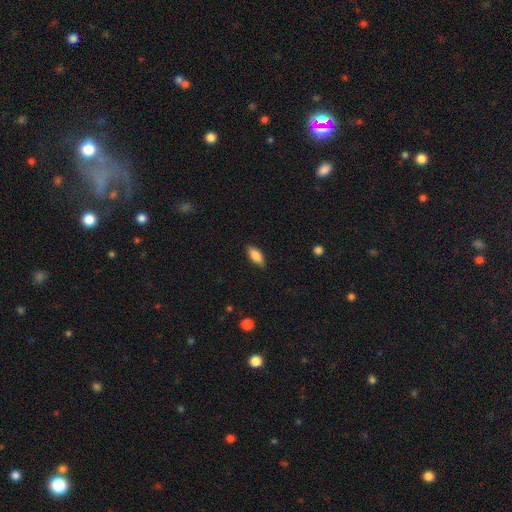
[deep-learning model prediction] Q: Smooth or featured?
A: smooth (81%); runner-up: featured or disk (12%)
Q: How rounded?
A: in between (80%); runner-up: cigar-shaped (17%)
Q: Merging?
A: none (86%); runner-up: minor disturbance (11%)